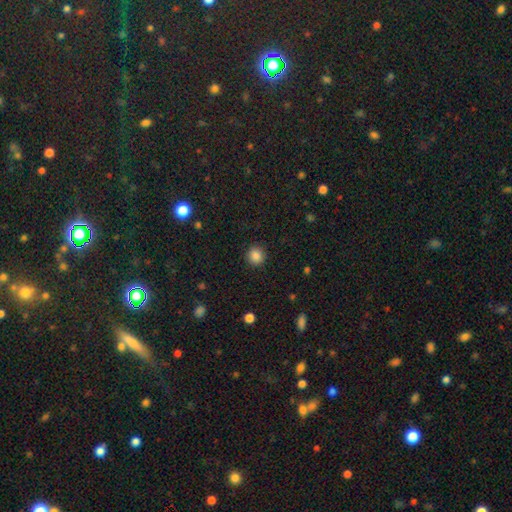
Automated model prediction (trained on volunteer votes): Smooth or featured? Predicted: smooth (p=0.85). How rounded? Predicted: round (p=0.92). Merging? Predicted: none (p=0.91).